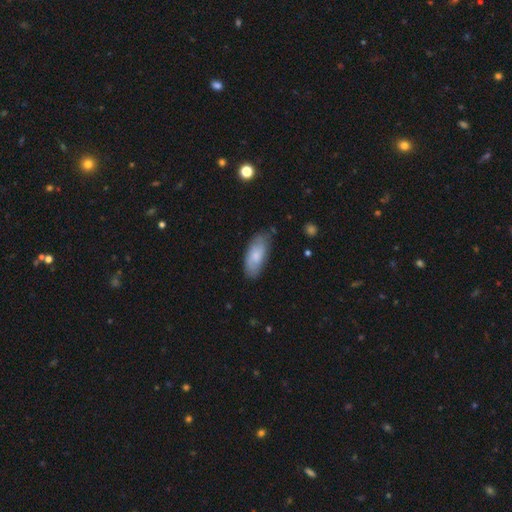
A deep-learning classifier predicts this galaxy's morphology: Smooth or featured: smooth — 74% (featured or disk — 20%)
How rounded: in between — 85% (cigar-shaped — 13%)
Merging: none — 74% (minor disturbance — 21%)